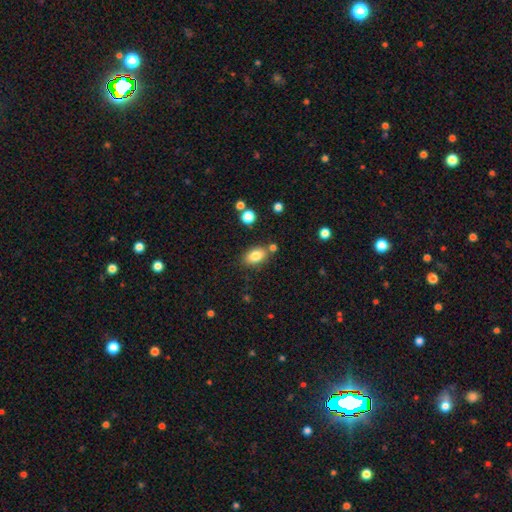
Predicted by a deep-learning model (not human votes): The model was most divided on "merging": none: 77%, minor disturbance: 12%, merger: 8%, major disturbance: 3%. More confident: how rounded — in between (88%); smooth or featured — smooth (83%).